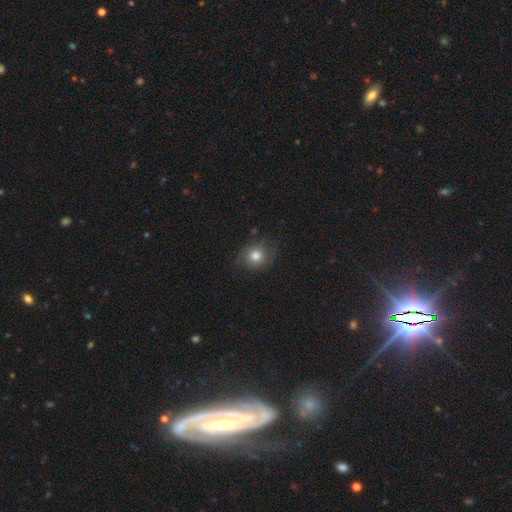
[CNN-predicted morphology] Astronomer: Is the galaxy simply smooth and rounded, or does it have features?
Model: smooth — 78%.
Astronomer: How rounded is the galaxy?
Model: round — 69%.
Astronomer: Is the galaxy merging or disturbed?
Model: none — 71%.